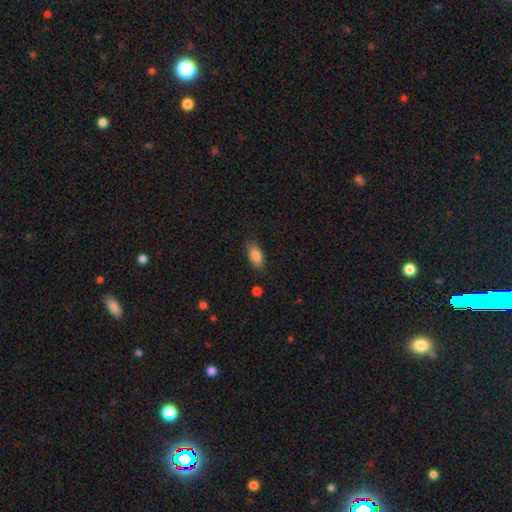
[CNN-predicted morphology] smooth-or-featured: smooth: 85% | featured or disk: 8% | star or artifact: 7%
  how-rounded: in between: 87% | cigar-shaped: 10% | round: 3%
  merging: none: 78% | minor disturbance: 17% | major disturbance: 4% | merger: 2%